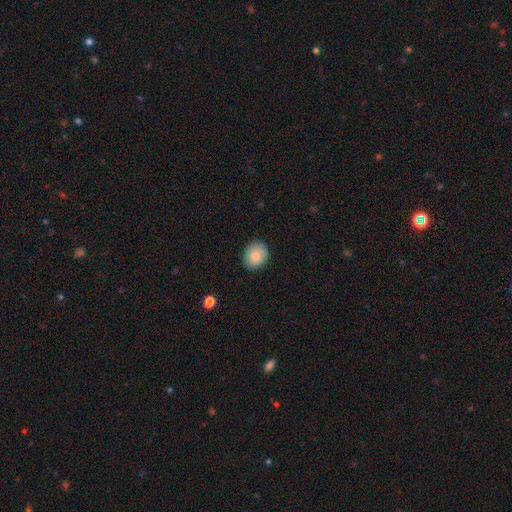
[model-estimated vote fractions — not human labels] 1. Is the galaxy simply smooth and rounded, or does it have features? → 84% smooth, 8% featured or disk, 7% star or artifact.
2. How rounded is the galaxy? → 59% round, 40% in between, 1% cigar-shaped.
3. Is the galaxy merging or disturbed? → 86% none, 11% minor disturbance, 2% major disturbance, 1% merger.